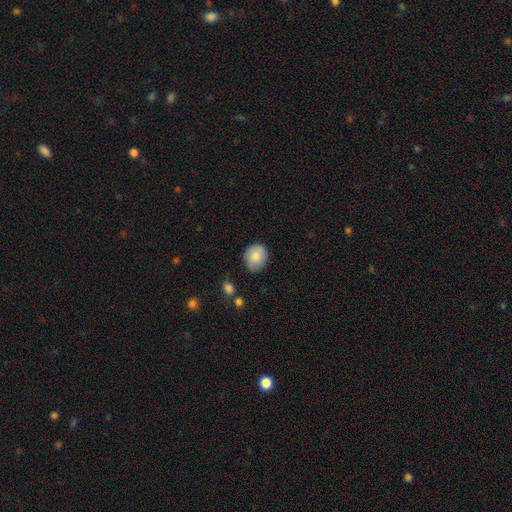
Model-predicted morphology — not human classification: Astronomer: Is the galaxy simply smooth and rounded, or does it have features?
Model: smooth — 82%.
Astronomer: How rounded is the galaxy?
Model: round — 70%.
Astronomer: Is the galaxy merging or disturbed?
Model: none — 79%.